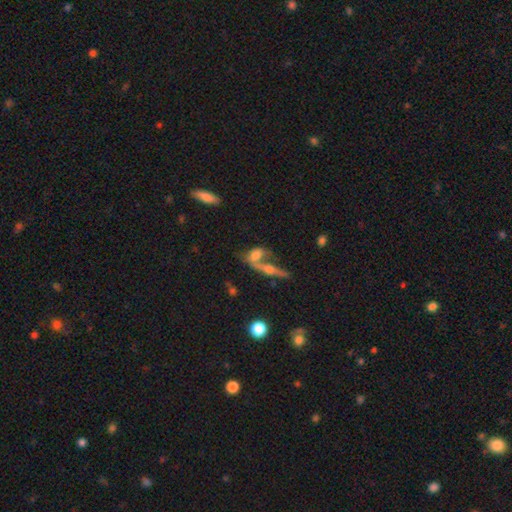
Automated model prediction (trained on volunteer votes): A smooth galaxy with no disk features (47%).

Vote fractions:
- Smooth or featured? smooth: 47% / featured or disk: 41% / star or artifact: 12%
- Merging? merger: 54% / none: 29% / minor disturbance: 10% / major disturbance: 8%